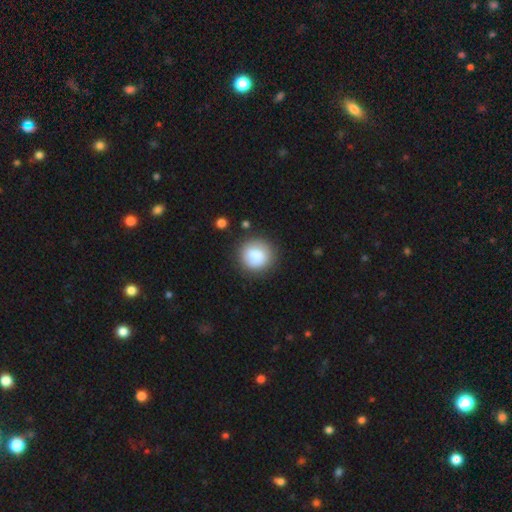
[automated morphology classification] Smooth or featured?
  - smooth: 81% *
  - featured or disk: 11%
  - star or artifact: 7%
How rounded?
  - round: 89% *
  - in between: 10%
  - cigar-shaped: 1%
Merging?
  - none: 80% *
  - minor disturbance: 13%
  - major disturbance: 5%
  - merger: 3%